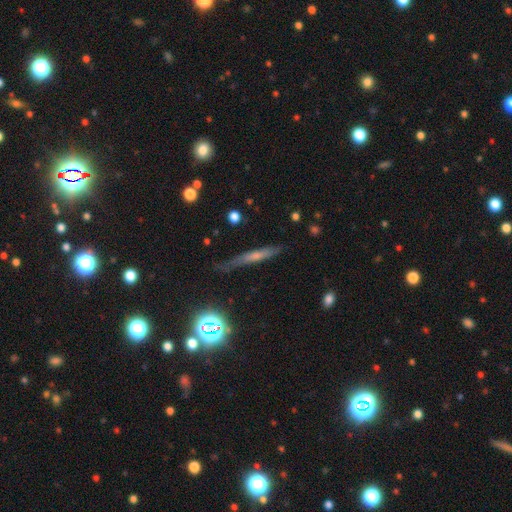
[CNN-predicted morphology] Q: Smooth or featured?
A: featured or disk (44%); runner-up: smooth (41%)
Q: Merging?
A: none (73%); runner-up: minor disturbance (19%)